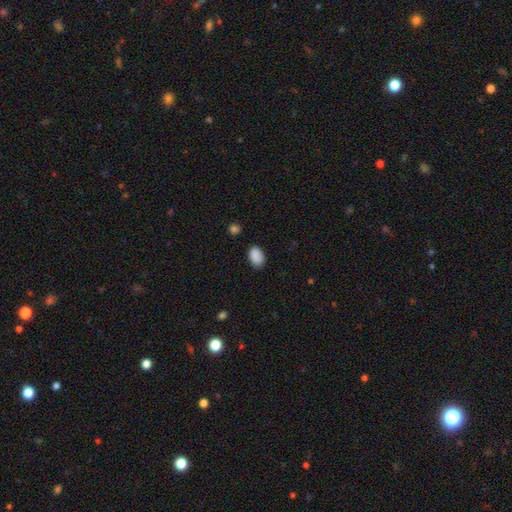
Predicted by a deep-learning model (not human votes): Smooth or featured? Predicted: smooth (p=0.90). How rounded? Predicted: in between (p=0.87). Merging? Predicted: none (p=0.80).